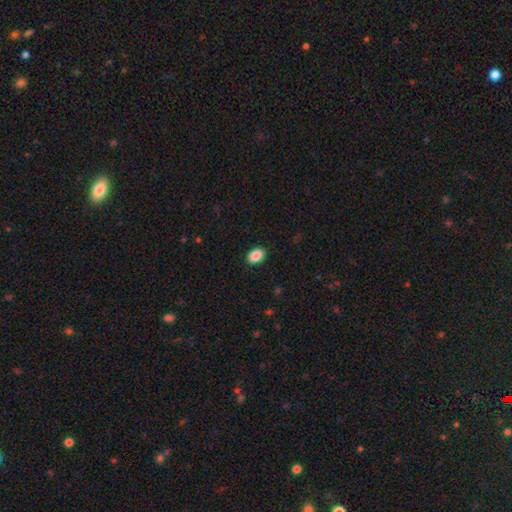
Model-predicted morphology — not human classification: type=smooth (89%); roundness=in between (85%); merging=none (90%).